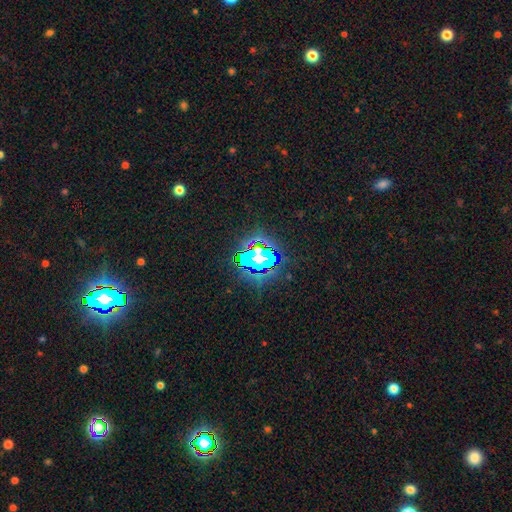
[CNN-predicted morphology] A star or artifact, not a galaxy (69%).

Vote fractions:
- Smooth or featured? star or artifact: 69% / smooth: 18% / featured or disk: 13%